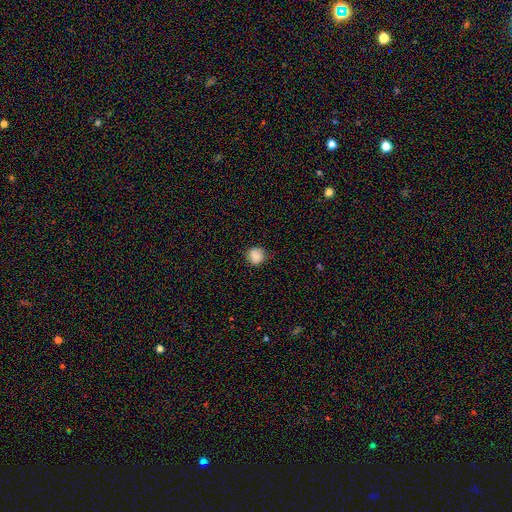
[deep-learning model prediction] Smooth or featured? smooth (83%)
How rounded? round (89%)
Merging? none (82%)